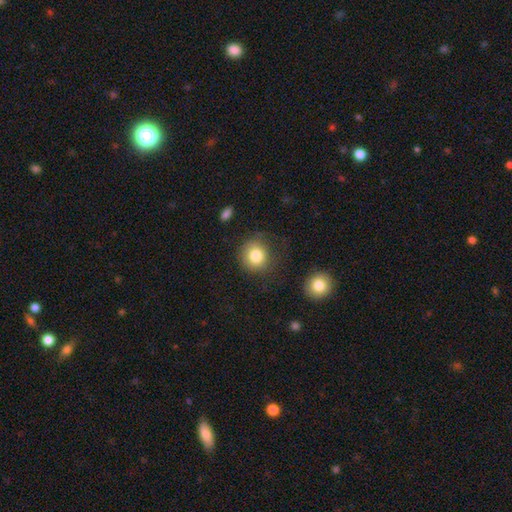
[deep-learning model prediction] smooth_or_featured: smooth (p=0.82) [alt: star or artifact p=0.10]
how_rounded: round (p=0.87) [alt: in between p=0.12]
merging: none (p=0.77) [alt: minor disturbance p=0.14]